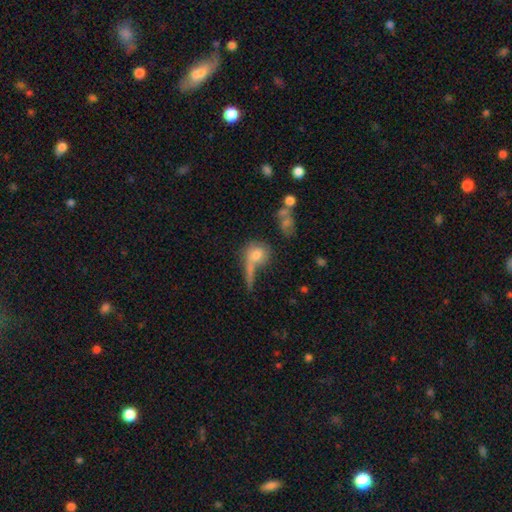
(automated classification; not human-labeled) A smooth galaxy with no disk features (65%) that is round (60%).

Vote fractions:
- Smooth or featured? smooth: 65% / featured or disk: 23% / star or artifact: 13%
- How rounded? round: 60% / in between: 31% / cigar-shaped: 9%
- Merging? none: 38% / merger: 28% / major disturbance: 19% / minor disturbance: 14%